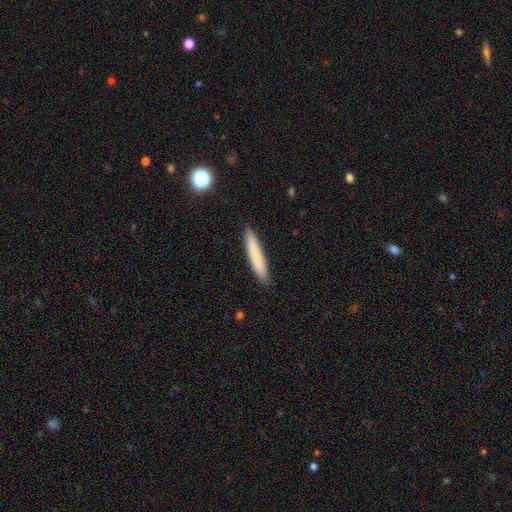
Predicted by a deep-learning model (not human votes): Smooth or featured: smooth — 78% (featured or disk — 16%)
How rounded: cigar-shaped — 93% (in between — 6%)
Merging: none — 90% (minor disturbance — 8%)